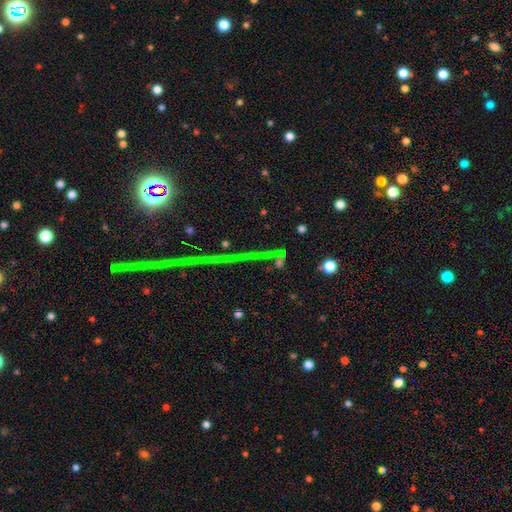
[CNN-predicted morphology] Overall: star or artifact (71%).